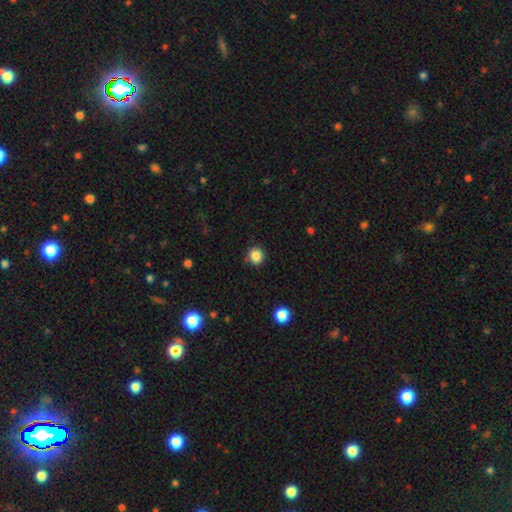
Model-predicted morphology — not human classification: type=smooth (85%); roundness=round (90%); merging=none (88%).